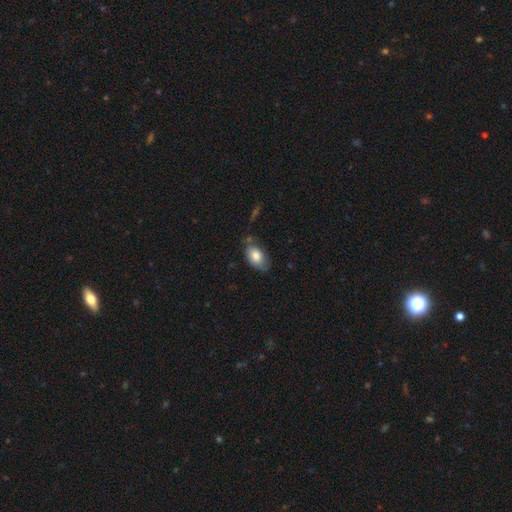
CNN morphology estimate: Overall: smooth (81%). How rounded: in between (90%). Merging: none (61%; minor disturbance 27%).